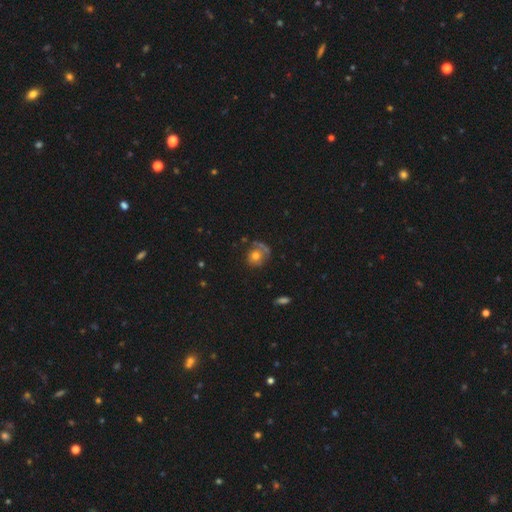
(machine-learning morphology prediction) This is possibly a smooth galaxy (56%). How rounded: likely round (77%). Merging: possibly none (53%).